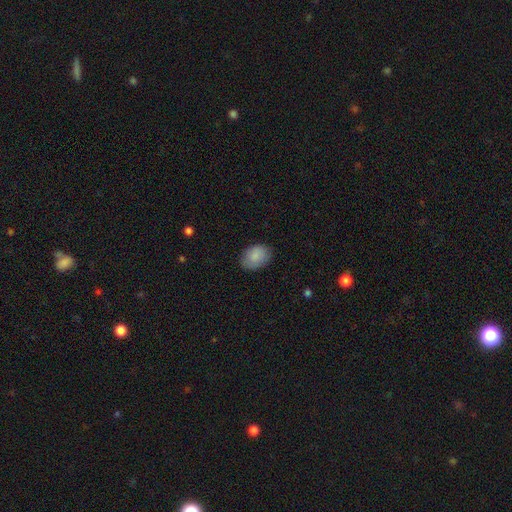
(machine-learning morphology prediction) This appears to be a smooth galaxy with no disk features (86%) that is in between round and cigar-shaped (79%). Merging: none (82%).